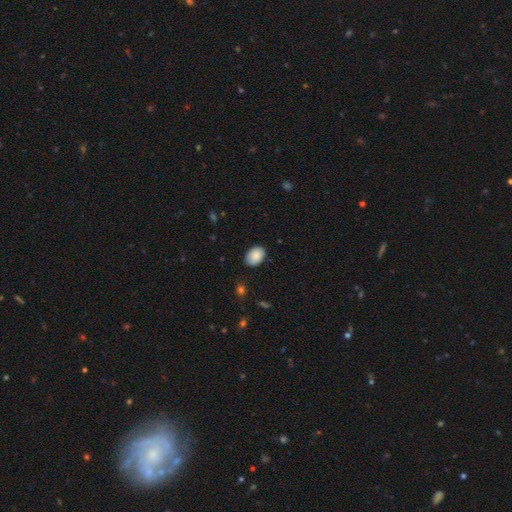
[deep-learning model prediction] Smooth or featured: smooth — 89% (star or artifact — 7%)
How rounded: in between — 82% (round — 17%)
Merging: none — 85% (minor disturbance — 12%)